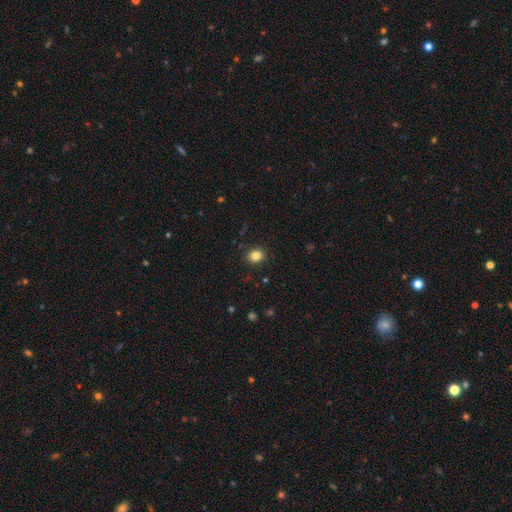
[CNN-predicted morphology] Q: Smooth or featured?
A: smooth (83%); runner-up: star or artifact (11%)
Q: How rounded?
A: round (62%); runner-up: in between (37%)
Q: Merging?
A: none (89%); runner-up: minor disturbance (7%)